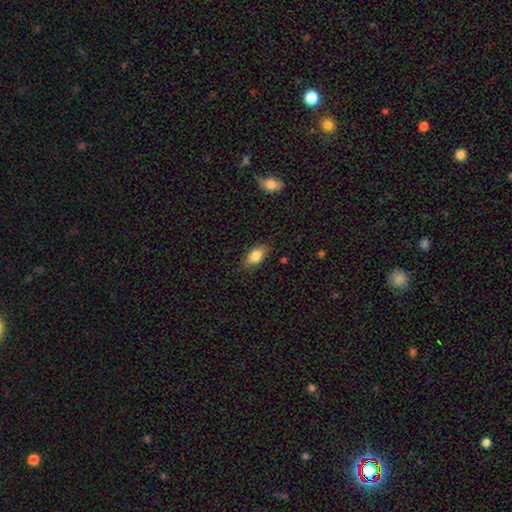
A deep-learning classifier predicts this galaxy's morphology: Smooth or featured? smooth (83%)
How rounded? in between (88%)
Merging? none (83%)